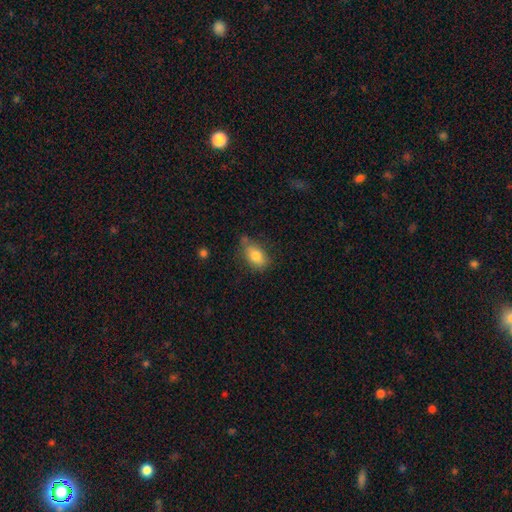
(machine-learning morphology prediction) This is clearly a smooth galaxy (80%). How rounded: clearly in between (88%). Merging: possibly none (60%).